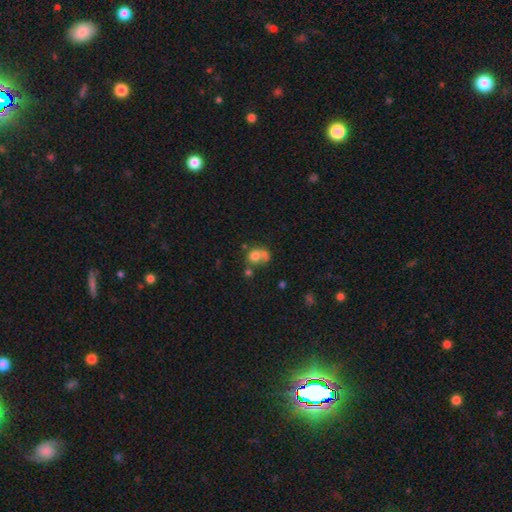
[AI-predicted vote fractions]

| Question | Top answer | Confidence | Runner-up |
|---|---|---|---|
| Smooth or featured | smooth | 70% | featured or disk (18%) |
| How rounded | round | 66% | in between (33%) |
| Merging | merger | 46% | none (31%) |